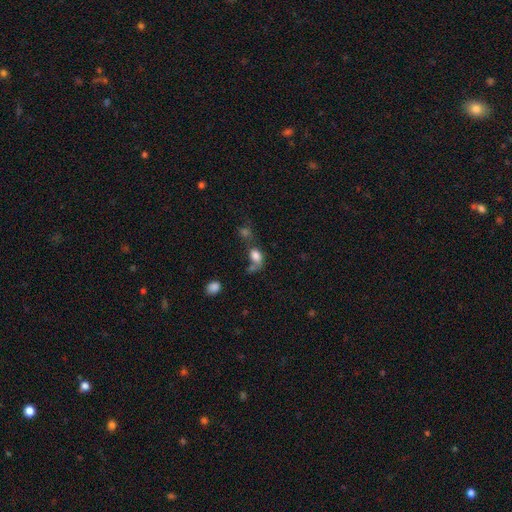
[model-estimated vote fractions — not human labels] Smooth or featured? smooth (77%)
How rounded? in between (78%)
Merging? merger (38%)